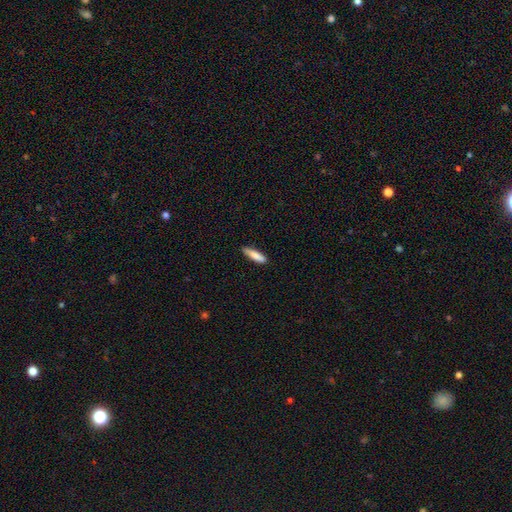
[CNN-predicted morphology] A smooth galaxy with no disk features (84%) that is cigar-shaped (74%). Merging: none (84%).